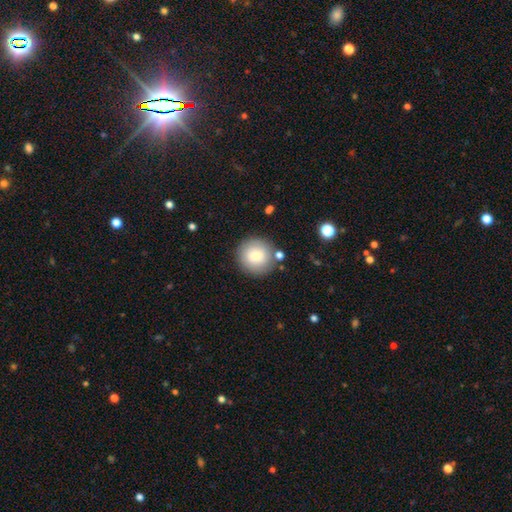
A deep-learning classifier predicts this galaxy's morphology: Q: Smooth or featured?
A: smooth (79%); runner-up: featured or disk (13%)
Q: How rounded?
A: round (94%); runner-up: in between (5%)
Q: Merging?
A: none (83%); runner-up: minor disturbance (9%)